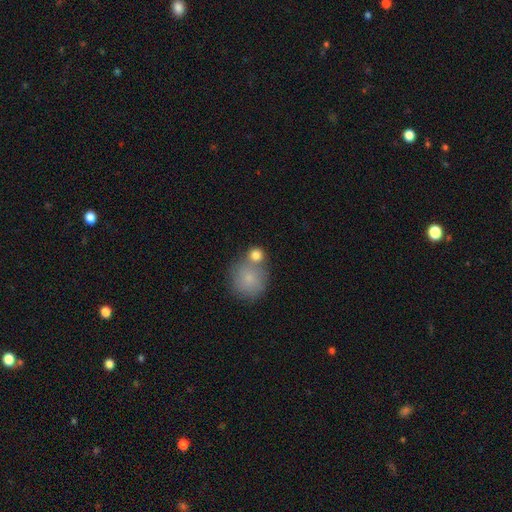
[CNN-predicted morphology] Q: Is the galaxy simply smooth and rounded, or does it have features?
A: smooth — 82%.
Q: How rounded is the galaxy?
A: round — 86%.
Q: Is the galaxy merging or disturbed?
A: none — 50%.